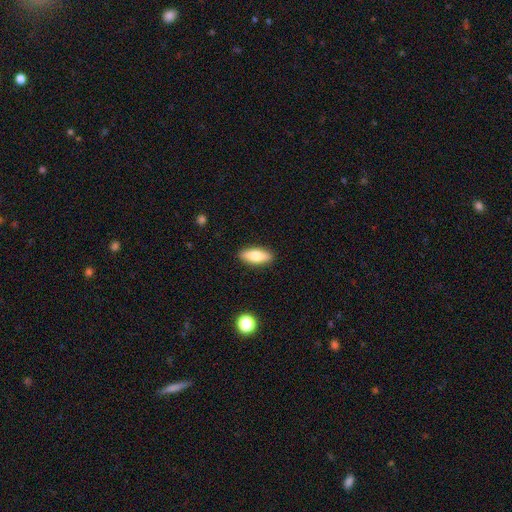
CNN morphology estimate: This appears to be a smooth galaxy with no disk features (71%) that is in between round and cigar-shaped (70%). Merging: none (90%).